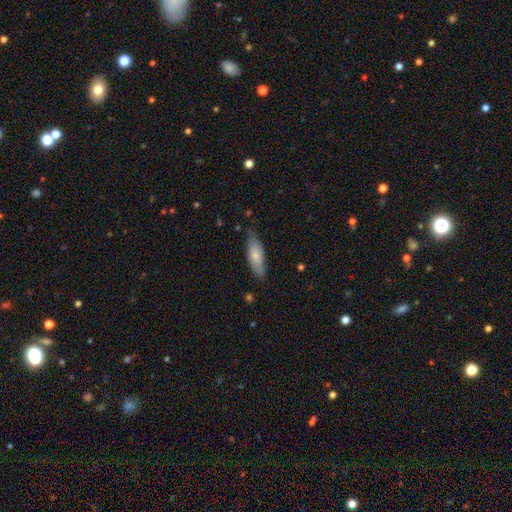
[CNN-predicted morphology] smooth 72%, featured or disk 23%, star or artifact 5%. Down the decision tree: how rounded — in between (55%); merging — none (74%).